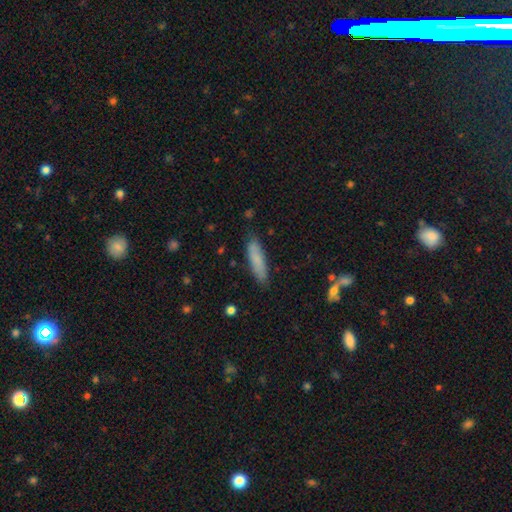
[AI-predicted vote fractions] Overall: smooth (82%). How rounded: cigar-shaped (72%). Merging: none (82%).